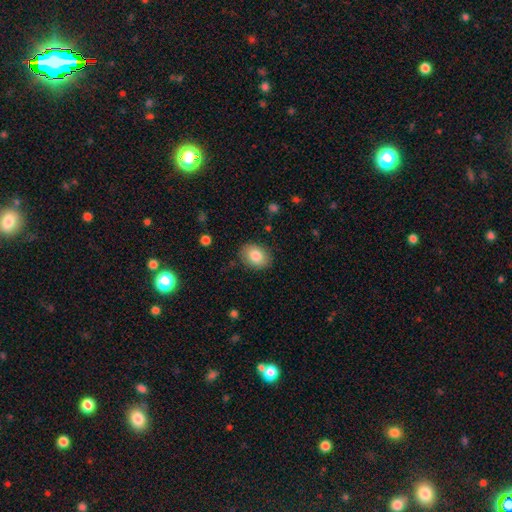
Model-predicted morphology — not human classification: smooth 83%, featured or disk 10%, star or artifact 7%. Down the decision tree: how rounded — in between (72%); merging — none (84%).